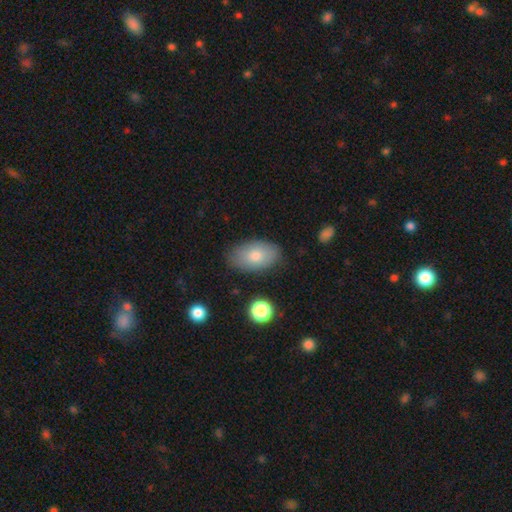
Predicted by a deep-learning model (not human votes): smooth 76%, featured or disk 17%, star or artifact 7%. Down the decision tree: how rounded — in between (93%); merging — none (81%).